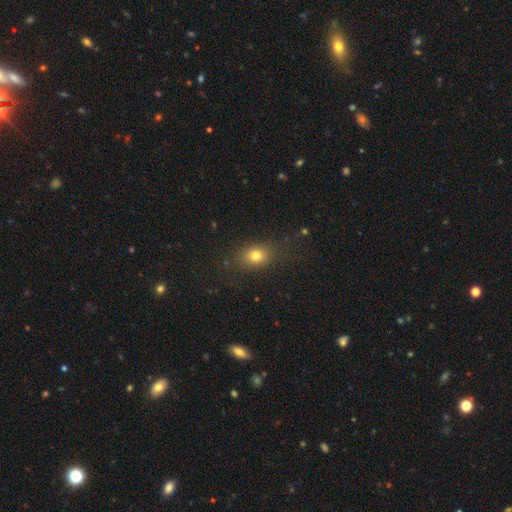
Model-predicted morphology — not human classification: Smooth or featured?
  - smooth: 77% *
  - star or artifact: 14%
  - featured or disk: 9%
How rounded?
  - in between: 53% *
  - round: 45%
  - cigar-shaped: 2%
Merging?
  - none: 79% *
  - minor disturbance: 13%
  - major disturbance: 7%
  - merger: 2%